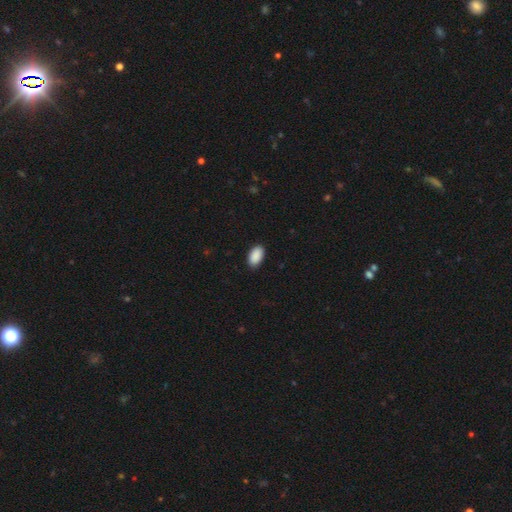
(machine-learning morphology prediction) Smooth or featured? smooth (91%)
How rounded? in between (95%)
Merging? none (89%)